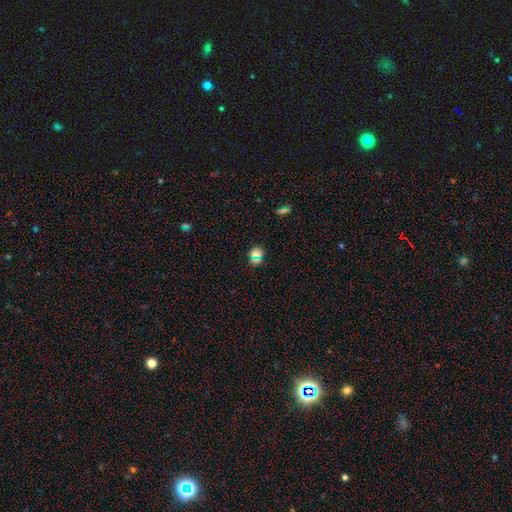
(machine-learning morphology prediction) smooth_or_featured: smooth (p=0.61) [alt: star or artifact p=0.31]
how_rounded: round (p=0.81) [alt: in between p=0.17]
merging: none (p=0.87) [alt: minor disturbance p=0.08]